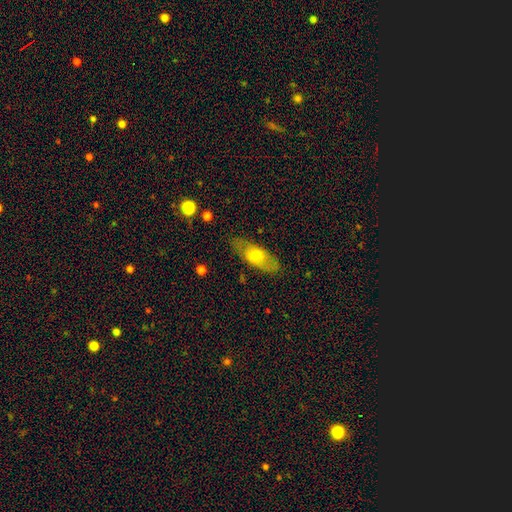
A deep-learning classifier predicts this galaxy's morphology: A smooth galaxy with no disk features (60%) that is in between round and cigar-shaped (78%). Merging: none (82%).